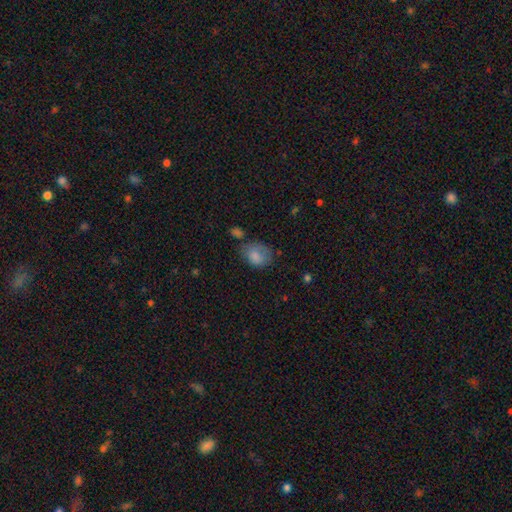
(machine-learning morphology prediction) Smooth or featured? smooth (80%)
How rounded? in between (65%)
Merging? none (48%)